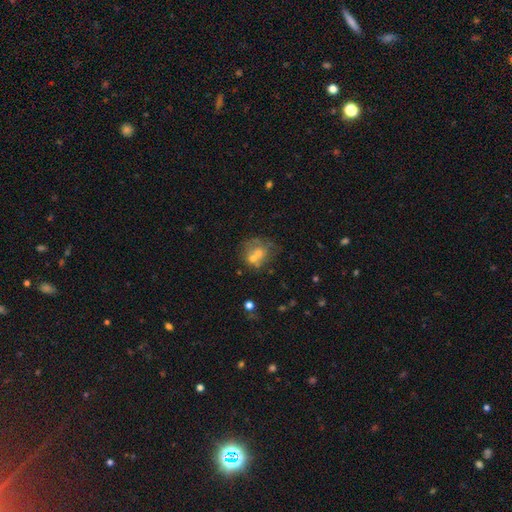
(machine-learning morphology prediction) smooth_or_featured: smooth (p=0.47) [alt: featured or disk p=0.39]
merging: merger (p=0.43) [alt: none p=0.32]